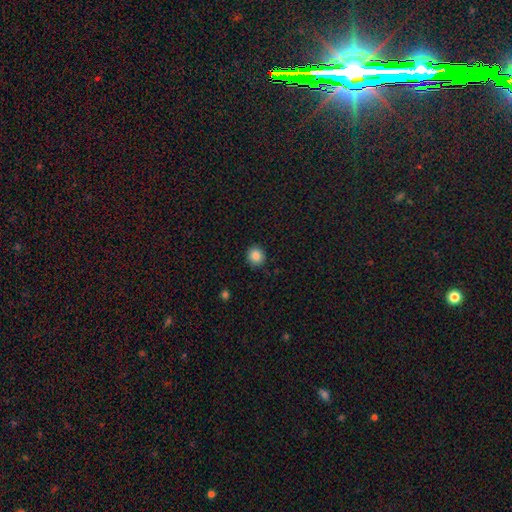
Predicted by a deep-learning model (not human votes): A smooth galaxy with no disk features (86%) that is round (90%).

Vote fractions:
- Smooth or featured? smooth: 86% / star or artifact: 10% / featured or disk: 4%
- How rounded? round: 90% / in between: 9% / cigar-shaped: 1%
- Merging? none: 90% / minor disturbance: 7% / major disturbance: 2% / merger: 1%